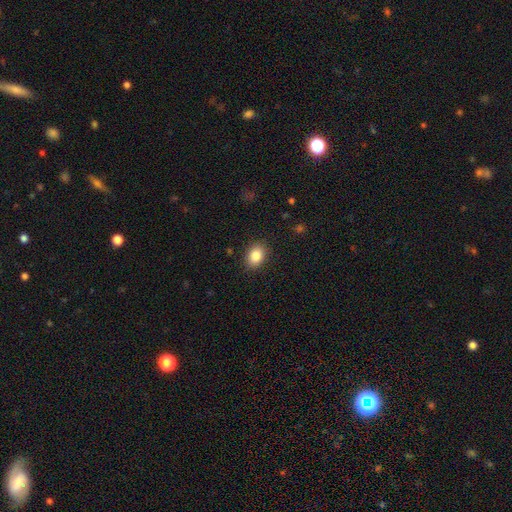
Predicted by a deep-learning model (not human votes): Smooth or featured? smooth (85%)
How rounded? in between (71%)
Merging? none (88%)